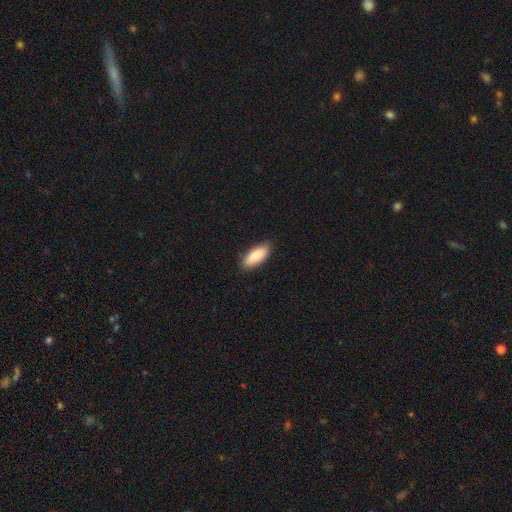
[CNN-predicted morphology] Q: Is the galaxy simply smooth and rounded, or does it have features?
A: smooth — 87%.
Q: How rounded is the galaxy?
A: in between — 76%.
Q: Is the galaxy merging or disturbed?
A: none — 86%.